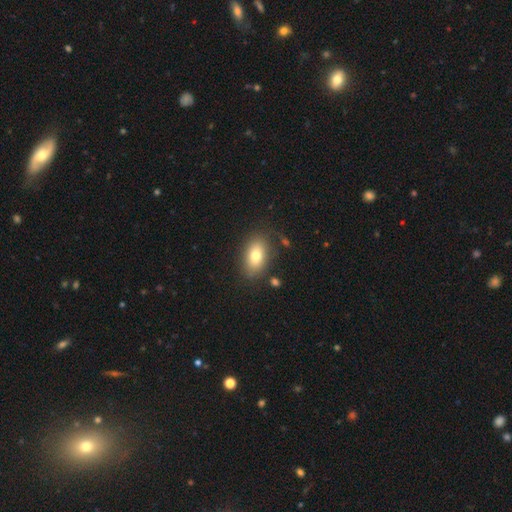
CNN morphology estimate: A smooth galaxy with no disk features (77%) that is in between round and cigar-shaped (87%). Merging: none (80%).